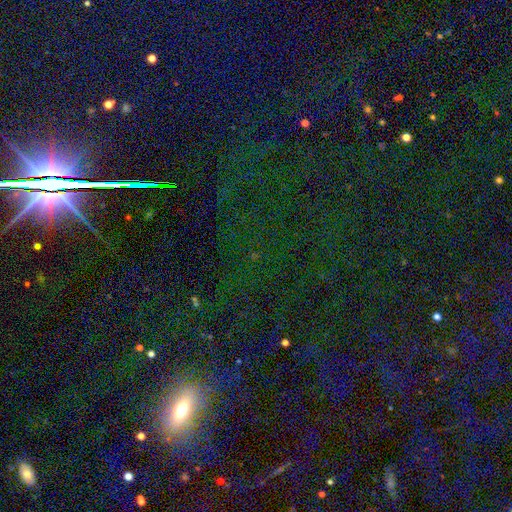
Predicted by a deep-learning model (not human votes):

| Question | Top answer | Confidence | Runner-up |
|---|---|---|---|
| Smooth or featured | star or artifact | 77% | smooth (13%) |